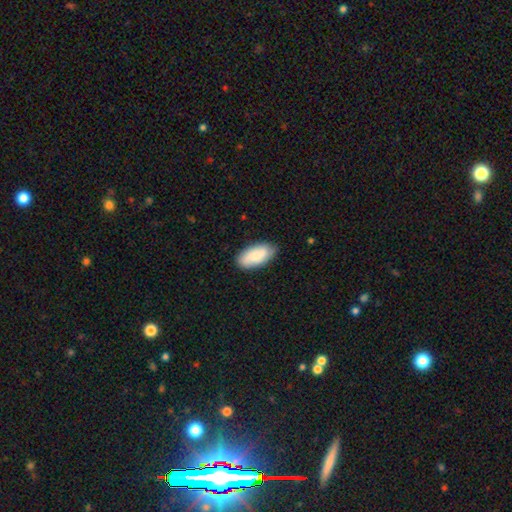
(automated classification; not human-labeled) smooth 81%, featured or disk 13%, star or artifact 6%. Down the decision tree: how rounded — in between (93%); merging — none (80%).